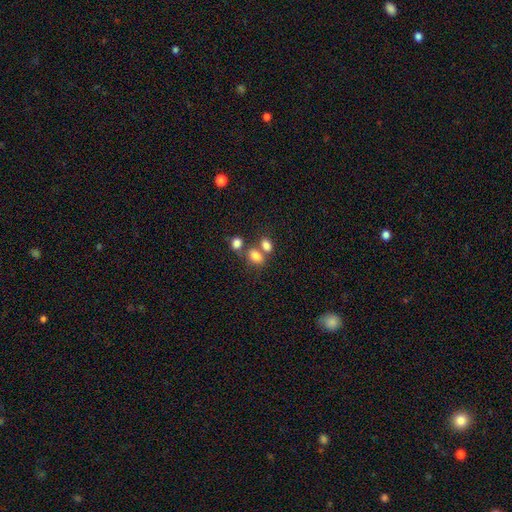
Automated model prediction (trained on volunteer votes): smooth_or_featured: smooth (p=0.80) [alt: star or artifact p=0.12]
how_rounded: in between (p=0.74) [alt: round p=0.25]
merging: merger (p=0.42) [tied with: none p=0.42]